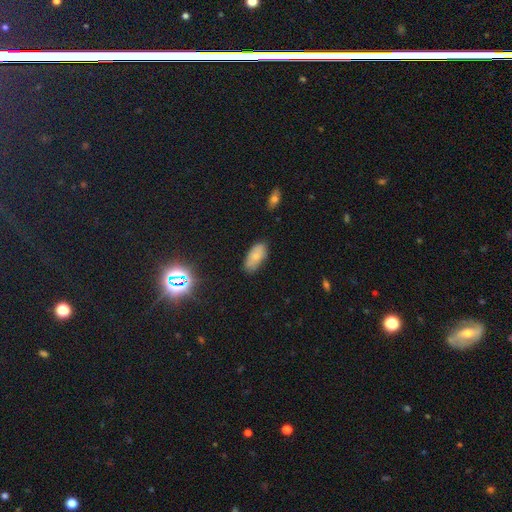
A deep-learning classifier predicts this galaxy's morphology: Smooth or featured? smooth (75%)
How rounded? in between (92%)
Merging? none (76%)